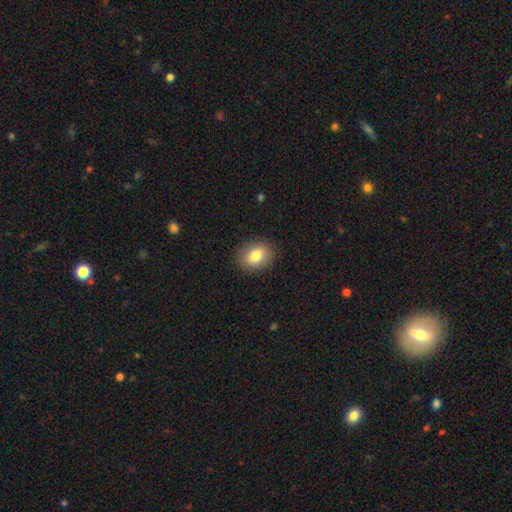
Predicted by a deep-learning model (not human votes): A smooth galaxy with no disk features (82%) that is in between round and cigar-shaped (63%). Merging: none (89%).